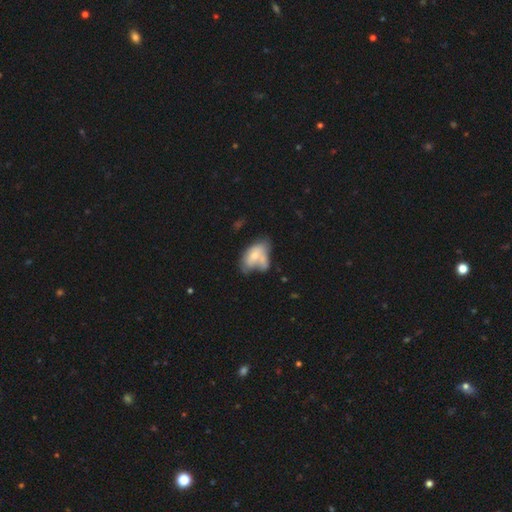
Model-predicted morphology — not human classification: Smooth or featured? smooth (61%)
How rounded? in between (89%)
Merging? merger (42%)